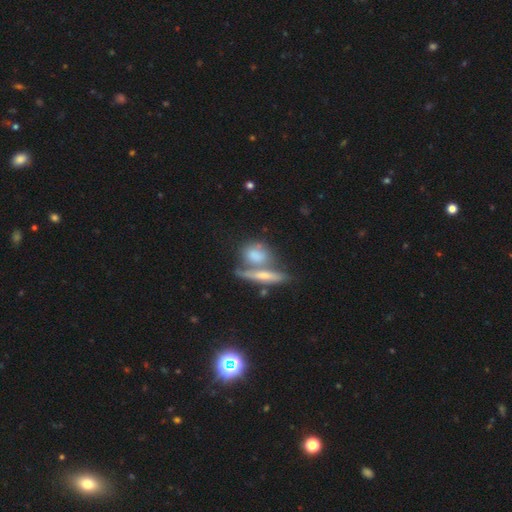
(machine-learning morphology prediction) smooth_or_featured: smooth (p=0.64) [alt: featured or disk p=0.28]
how_rounded: in between (p=0.42) [alt: round p=0.33]
merging: merger (p=0.45) [alt: none p=0.36]